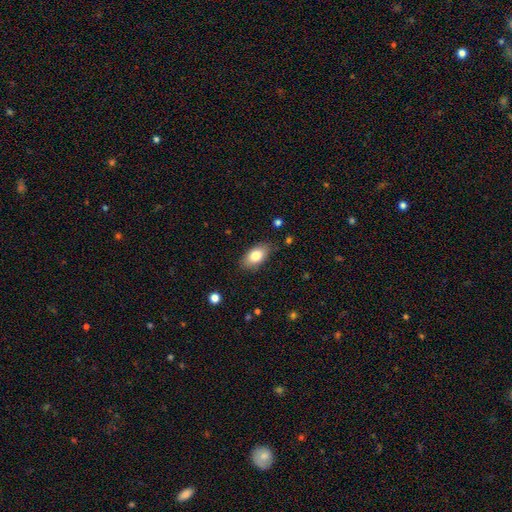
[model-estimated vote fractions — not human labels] Smooth or featured? Predicted: smooth (p=0.80). How rounded? Predicted: in between (p=0.92). Merging? Predicted: none (p=0.82).